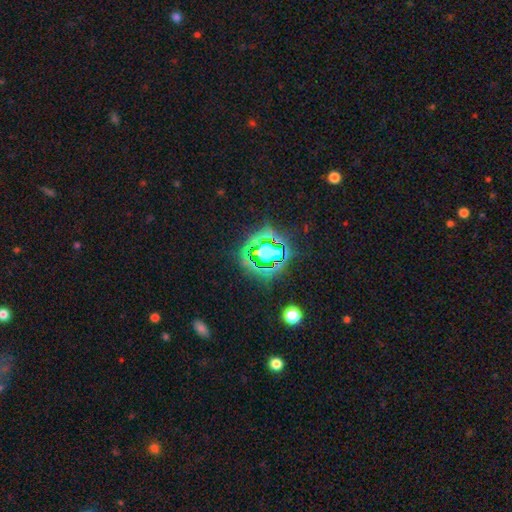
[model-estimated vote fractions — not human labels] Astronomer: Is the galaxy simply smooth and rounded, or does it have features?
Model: star or artifact — 76%.